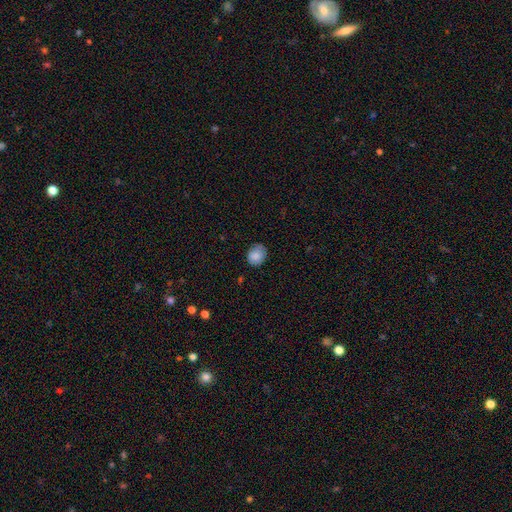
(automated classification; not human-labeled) smooth-or-featured: smooth: 84% | star or artifact: 8% | featured or disk: 7%
  how-rounded: round: 69% | in between: 30% | cigar-shaped: 1%
  merging: none: 72% | minor disturbance: 22% | major disturbance: 4% | merger: 1%